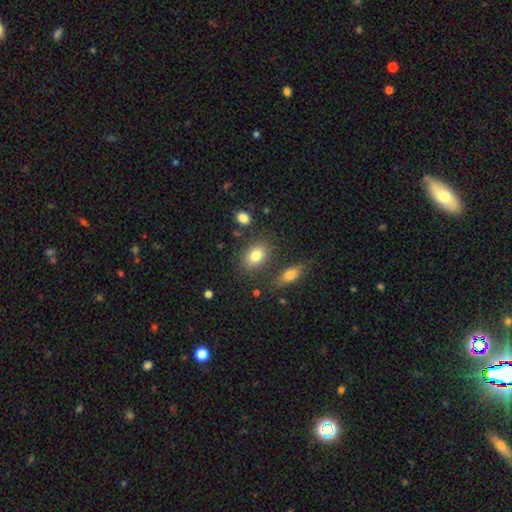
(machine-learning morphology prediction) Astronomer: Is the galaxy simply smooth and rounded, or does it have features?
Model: smooth — 81%.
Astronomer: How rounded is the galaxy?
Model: in between — 76%.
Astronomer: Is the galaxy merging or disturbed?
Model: none — 78%.